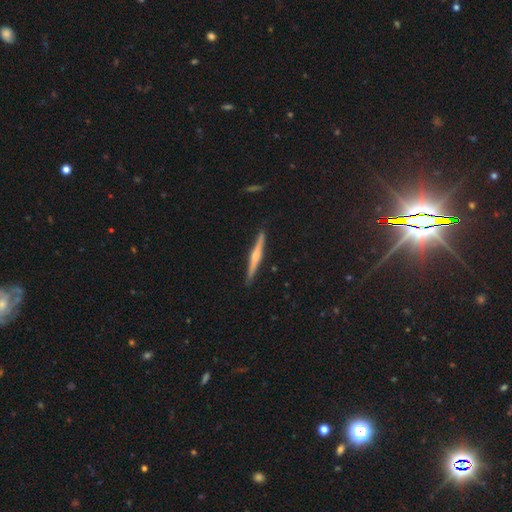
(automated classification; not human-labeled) Q: Smooth or featured?
A: featured or disk (69%); runner-up: smooth (25%)
Q: Edge-on disk?
A: yes (98%); runner-up: no (2%)
Q: Edge-on bulge?
A: rounded (76%); runner-up: boxy (12%)
Q: Merging?
A: none (91%); runner-up: minor disturbance (7%)